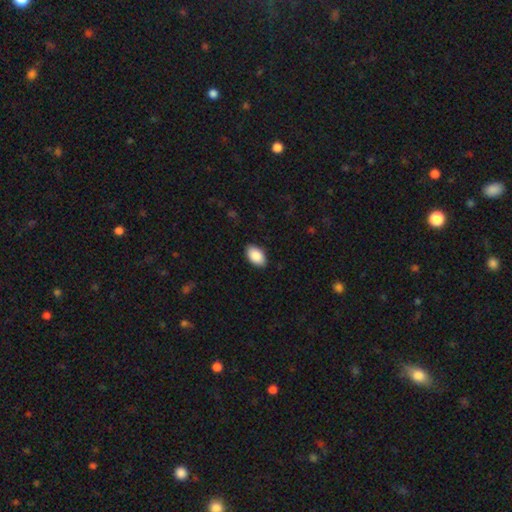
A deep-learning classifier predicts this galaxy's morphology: Smooth or featured? Predicted: smooth (p=0.88). How rounded? Predicted: in between (p=0.94). Merging? Predicted: none (p=0.87).